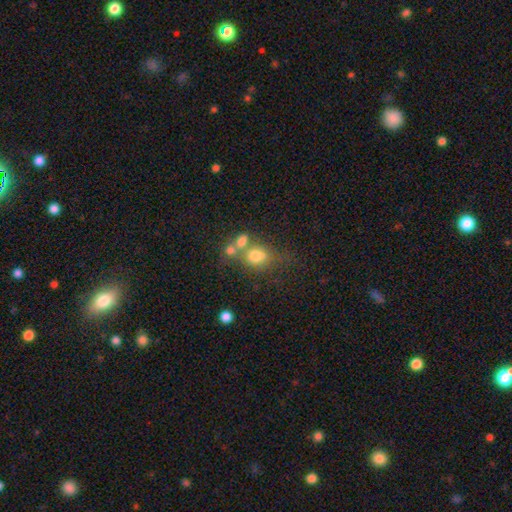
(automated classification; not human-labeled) smooth 70%, featured or disk 16%, star or artifact 14%. Down the decision tree: how rounded — in between (53%); merging — merger (42%).